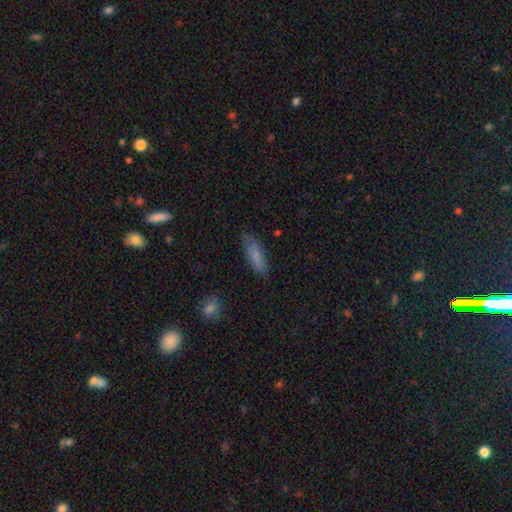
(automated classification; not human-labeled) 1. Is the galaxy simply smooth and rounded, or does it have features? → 80% smooth, 13% featured or disk, 7% star or artifact.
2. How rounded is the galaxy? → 51% cigar-shaped, 47% in between, 2% round.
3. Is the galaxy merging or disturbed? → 78% none, 17% minor disturbance, 3% major disturbance, 2% merger.